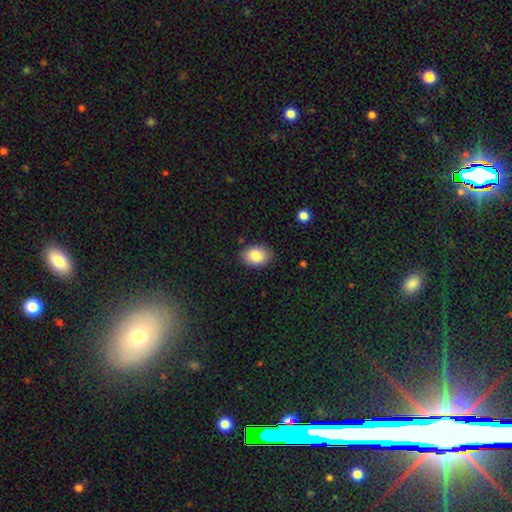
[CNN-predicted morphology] Smooth or featured: smooth — 85% (star or artifact — 7%)
How rounded: in between — 77% (round — 22%)
Merging: none — 86% (minor disturbance — 11%)